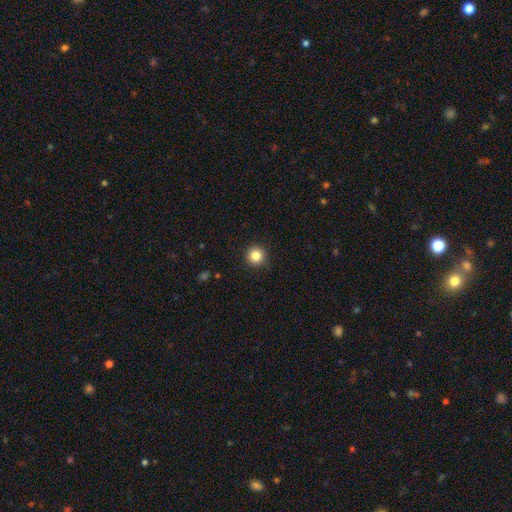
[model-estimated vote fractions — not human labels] Smooth or featured? smooth (85%)
How rounded? round (96%)
Merging? none (92%)